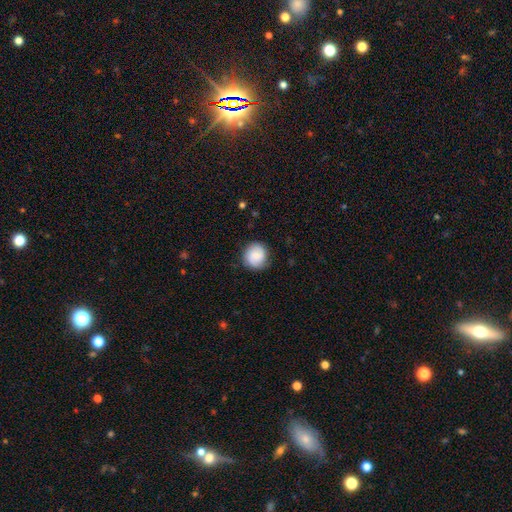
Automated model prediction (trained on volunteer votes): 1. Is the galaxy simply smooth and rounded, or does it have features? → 72% smooth, 21% featured or disk, 7% star or artifact.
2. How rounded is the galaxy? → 89% round, 11% in between, 1% cigar-shaped.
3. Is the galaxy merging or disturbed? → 84% none, 12% minor disturbance, 3% major disturbance, 1% merger.